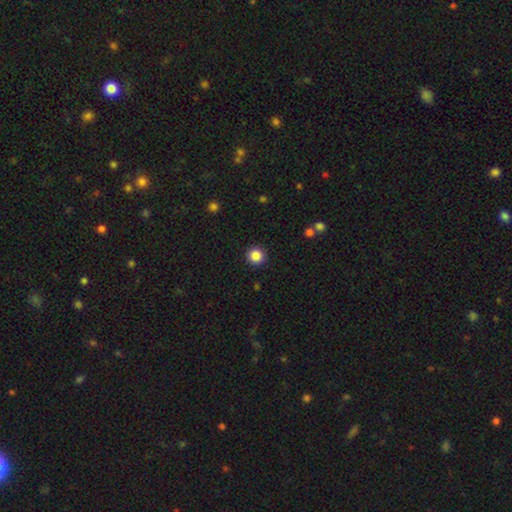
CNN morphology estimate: A smooth galaxy with no disk features (86%) that is round (95%).

Vote fractions:
- Smooth or featured? smooth: 86% / star or artifact: 10% / featured or disk: 4%
- How rounded? round: 95% / in between: 4% / cigar-shaped: 1%
- Merging? none: 93% / minor disturbance: 5% / major disturbance: 2% / merger: 1%